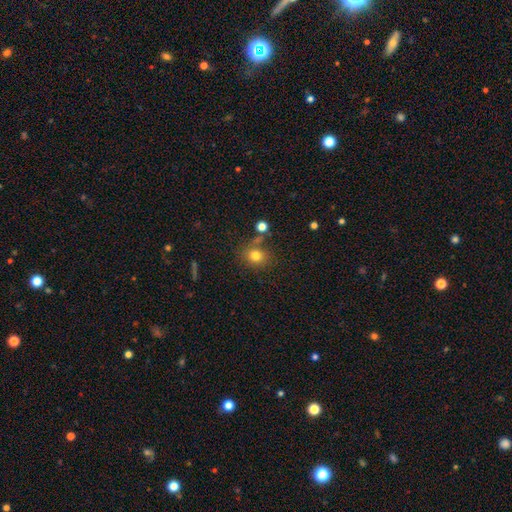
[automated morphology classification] Smooth or featured? smooth (78%)
How rounded? round (72%)
Merging? none (71%)